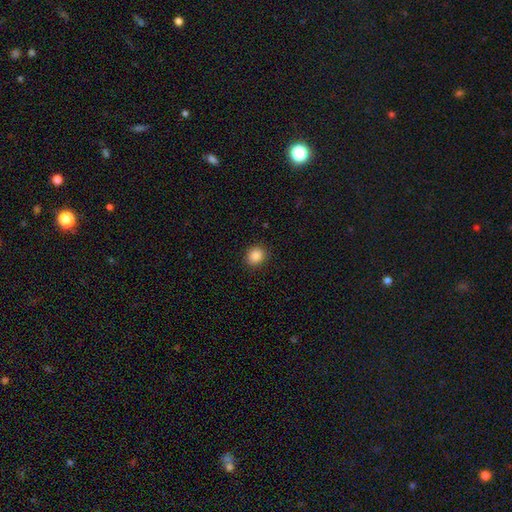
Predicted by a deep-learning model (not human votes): Smooth or featured? Predicted: smooth (p=0.87). How rounded? Predicted: round (p=0.77). Merging? Predicted: none (p=0.90).